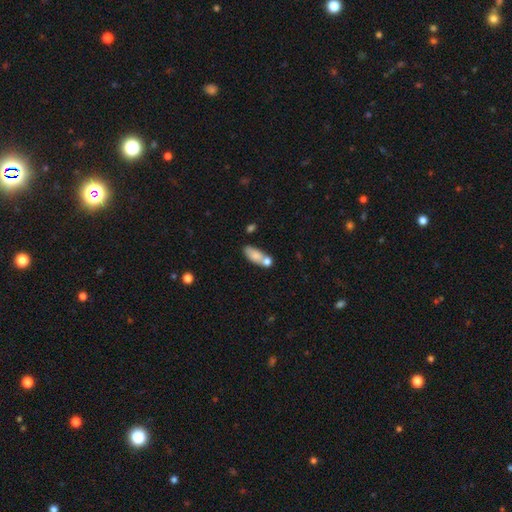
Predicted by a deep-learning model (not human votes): This appears to be a smooth galaxy with no disk features (79%) that is in between round and cigar-shaped (80%). Merging: none (46%).